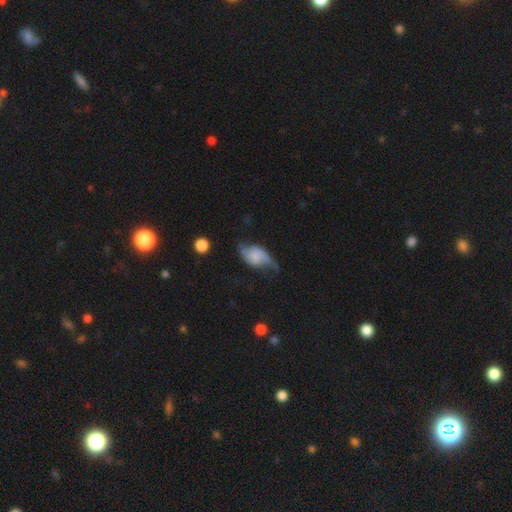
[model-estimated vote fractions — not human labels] This appears to be a featured or disk galaxy (59%) with no bar (63%), spiral arms (86%) and no central bulge (39%). Merging: none (43%).